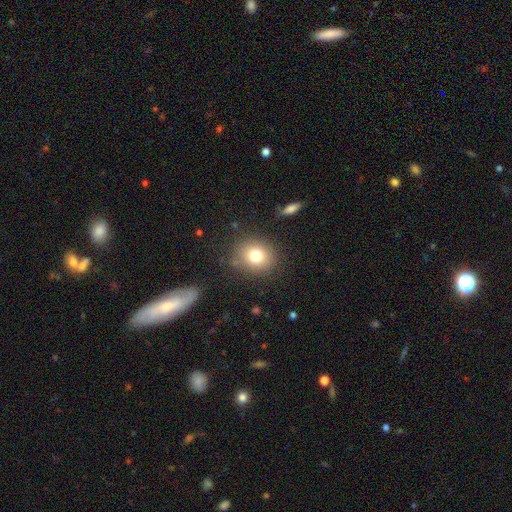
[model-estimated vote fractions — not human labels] smooth 77%, star or artifact 12%, featured or disk 11%. Down the decision tree: how rounded — round (74%); merging — none (82%).